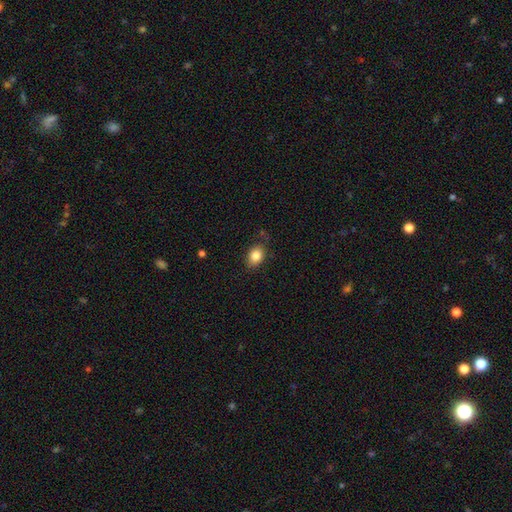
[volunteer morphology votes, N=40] This is clearly a smooth galaxy (88%). How rounded: clearly in between (86%). Merging: clearly none (92%).